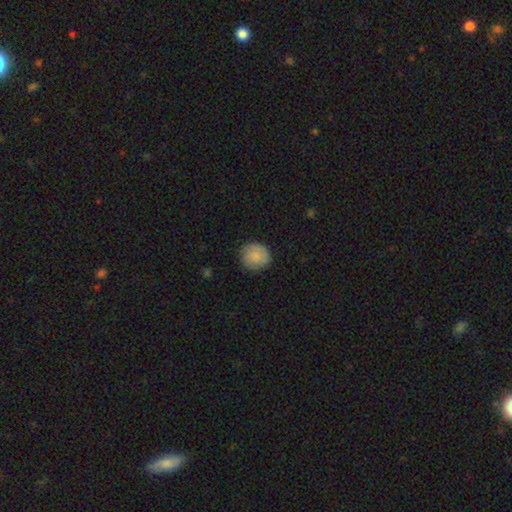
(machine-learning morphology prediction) Smooth or featured: smooth — 82% (featured or disk — 11%)
How rounded: round — 87% (in between — 12%)
Merging: none — 82% (minor disturbance — 14%)